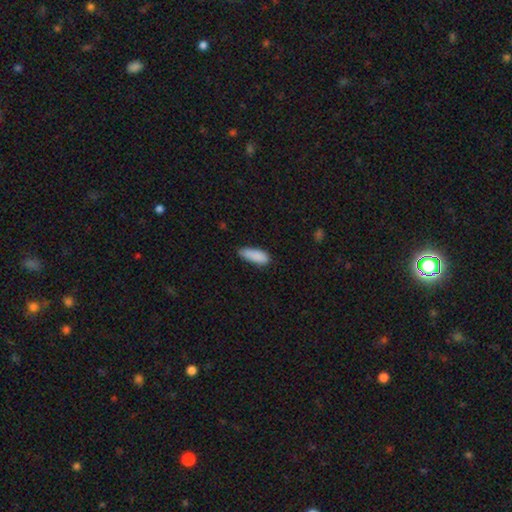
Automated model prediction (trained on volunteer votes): A smooth galaxy with no disk features (88%) that is in between round and cigar-shaped (66%).

Vote fractions:
- Smooth or featured? smooth: 88% / star or artifact: 7% / featured or disk: 5%
- How rounded? in between: 66% / cigar-shaped: 32% / round: 2%
- Merging? none: 68% / minor disturbance: 27% / major disturbance: 4% / merger: 2%